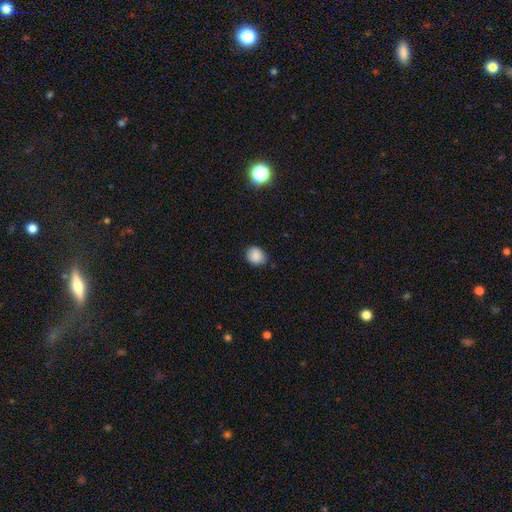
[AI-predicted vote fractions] smooth_or_featured: smooth (p=0.88) [alt: star or artifact p=0.09]
how_rounded: round (p=0.63) [alt: in between p=0.36]
merging: none (p=0.80) [alt: minor disturbance p=0.16]